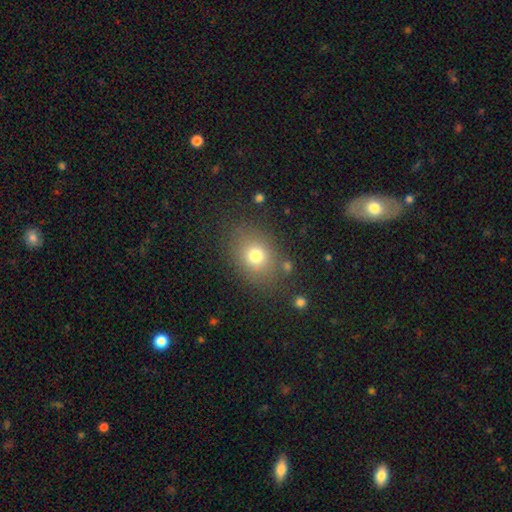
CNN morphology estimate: Overall: smooth (74%). How rounded: in between (50%; round 49%). Merging: none (78%).